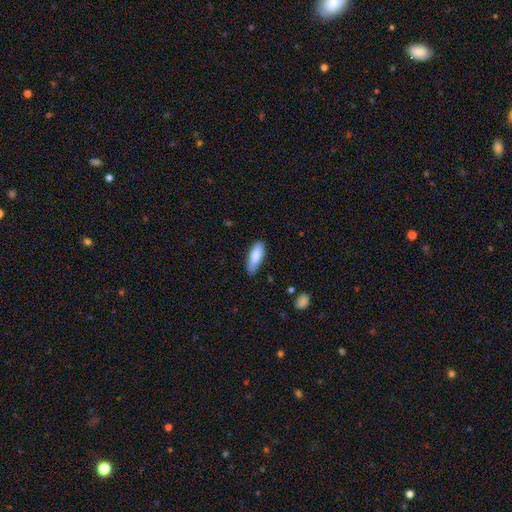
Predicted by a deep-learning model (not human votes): Q: Smooth or featured?
A: smooth (85%); runner-up: featured or disk (10%)
Q: How rounded?
A: in between (60%); runner-up: cigar-shaped (38%)
Q: Merging?
A: none (81%); runner-up: minor disturbance (15%)